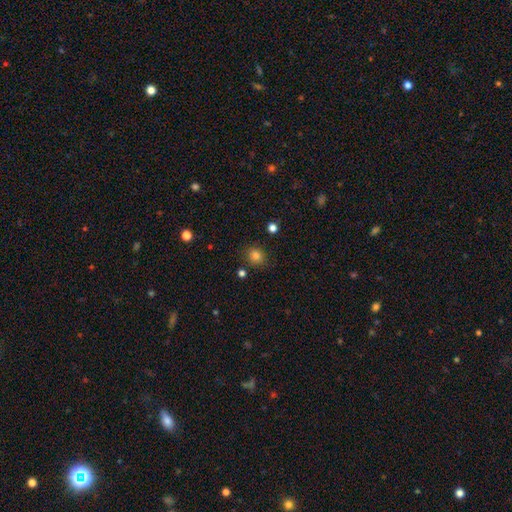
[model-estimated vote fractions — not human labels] A smooth galaxy with no disk features (82%) that is round (73%). Merging: none (83%).